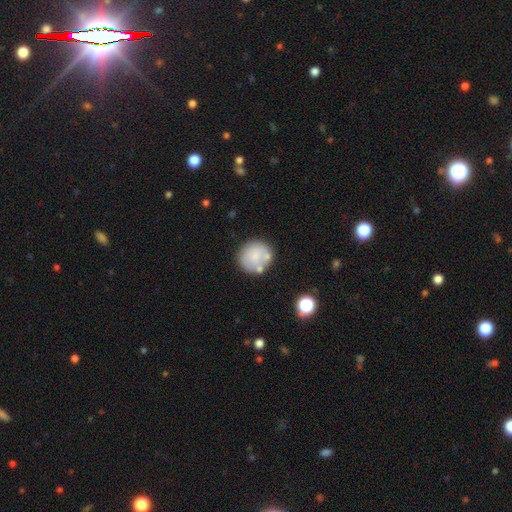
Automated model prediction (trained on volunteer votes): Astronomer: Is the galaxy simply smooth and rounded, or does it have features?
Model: smooth — 71%.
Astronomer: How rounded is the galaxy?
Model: round — 89%.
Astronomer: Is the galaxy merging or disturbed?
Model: none — 67%.